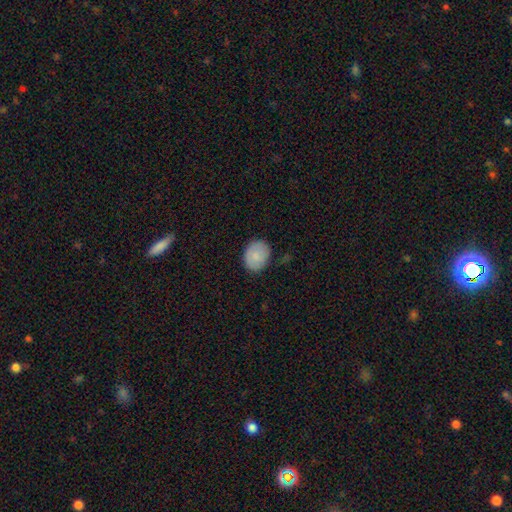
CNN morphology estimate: Q: Smooth or featured?
A: smooth (81%); runner-up: featured or disk (12%)
Q: How rounded?
A: in between (52%); runner-up: round (47%)
Q: Merging?
A: none (79%); runner-up: minor disturbance (16%)